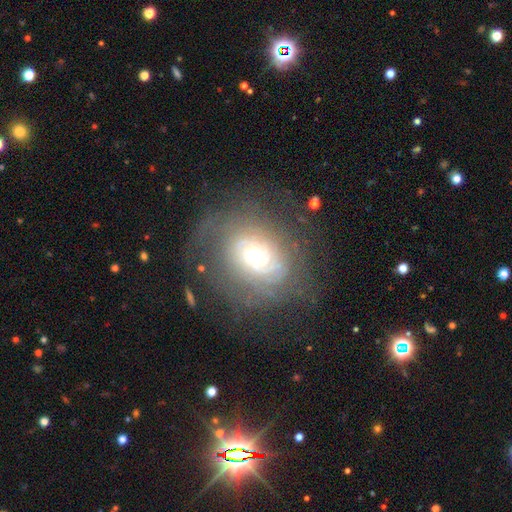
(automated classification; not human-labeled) A featured or disk galaxy (71%) with no bar (78%), tight (69%) spiral arms (79%) and a moderate central bulge (65%). Merging: none (65%).